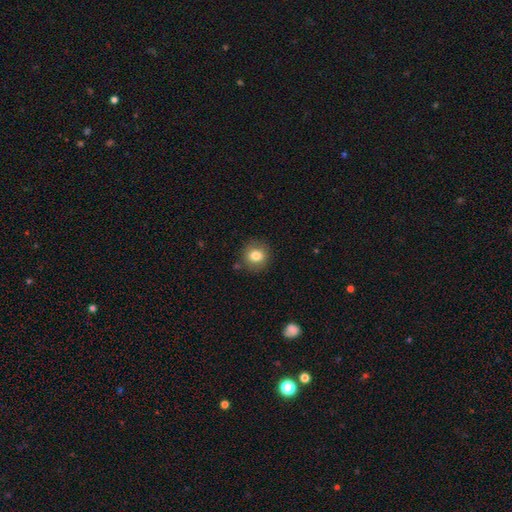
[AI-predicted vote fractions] The model was most divided on "how rounded": round: 83%, in between: 17%, cigar-shaped: 1%. More confident: merging — none (86%); smooth or featured — smooth (80%).